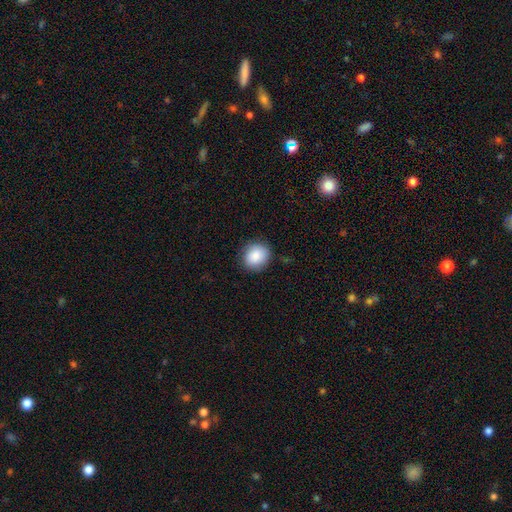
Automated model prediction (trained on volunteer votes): The model was most divided on "how rounded": round: 78%, in between: 21%, cigar-shaped: 1%. More confident: smooth or featured — smooth (87%); merging — none (86%).